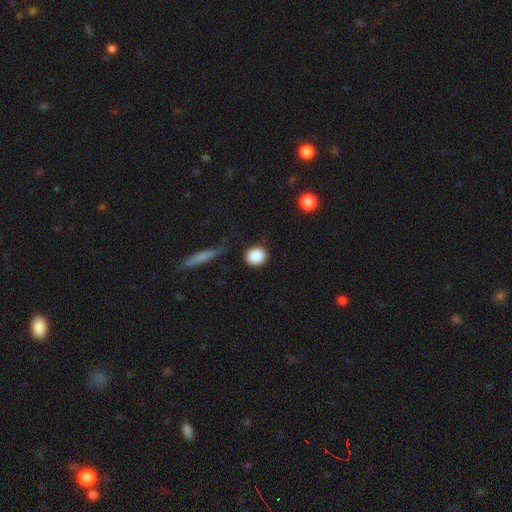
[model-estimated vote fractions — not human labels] smooth 87%, star or artifact 8%, featured or disk 5%. Down the decision tree: how rounded — round (79%); merging — none (86%).